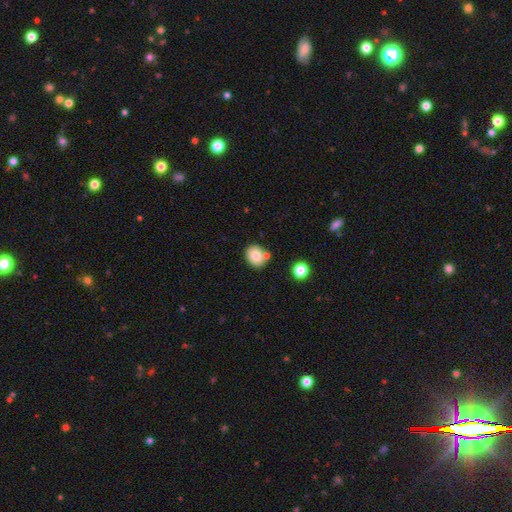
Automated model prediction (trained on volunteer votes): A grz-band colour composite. It shows a smooth galaxy with no disk features (79%) that is round (63%). Merging: none (71%).